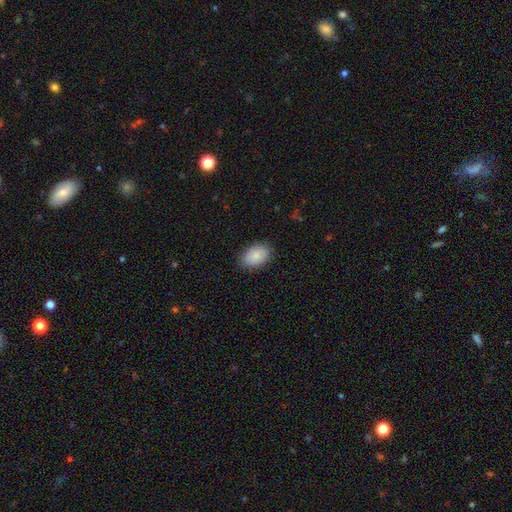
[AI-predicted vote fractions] smooth-or-featured: smooth: 89% | star or artifact: 6% | featured or disk: 5%
  how-rounded: in between: 89% | round: 10% | cigar-shaped: 1%
  merging: none: 86% | minor disturbance: 11% | major disturbance: 2% | merger: 1%